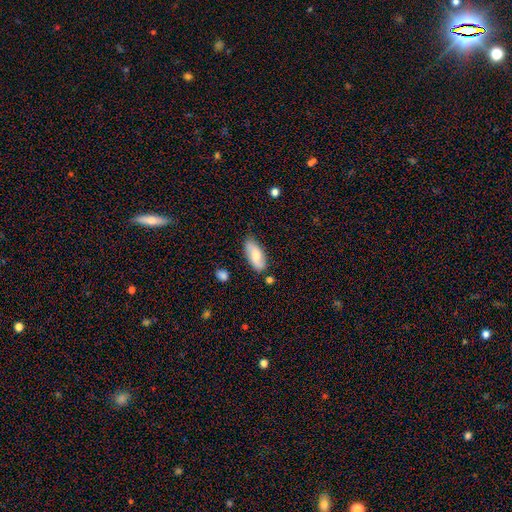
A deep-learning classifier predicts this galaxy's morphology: smooth 59%, featured or disk 35%, star or artifact 6%. Down the decision tree: how rounded — in between (86%); merging — none (73%).